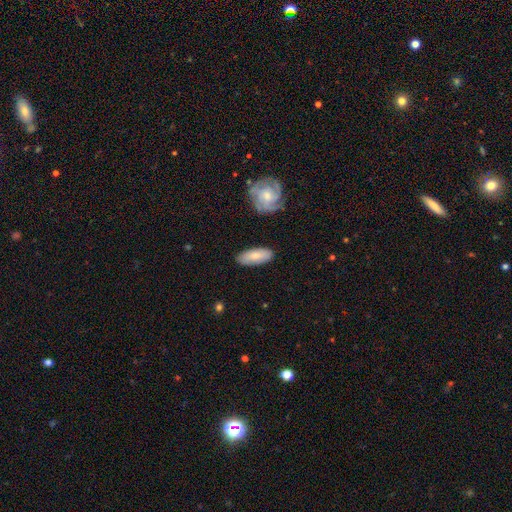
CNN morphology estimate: A smooth galaxy with no disk features (73%) that is in between round and cigar-shaped (75%). Merging: none (83%).